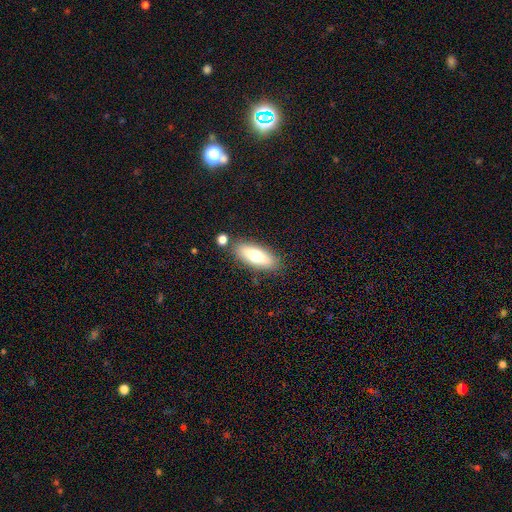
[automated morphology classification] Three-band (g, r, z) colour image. It shows a smooth galaxy with no disk features (71%) that is in between round and cigar-shaped (70%). Merging: none (80%).